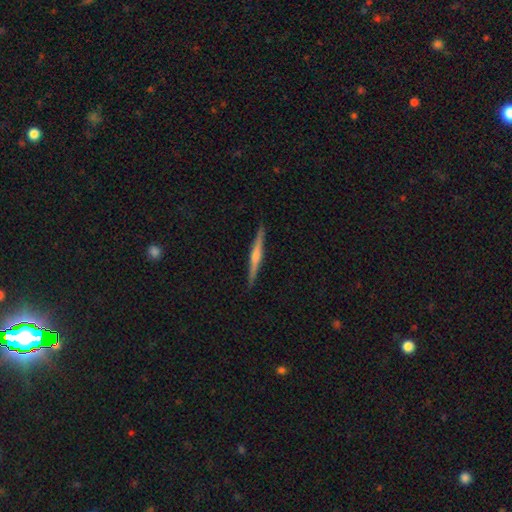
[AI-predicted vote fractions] Smooth or featured? featured or disk (75%)
Edge-on disk? yes (98%)
Edge-on bulge? rounded (72%)
Merging? none (92%)